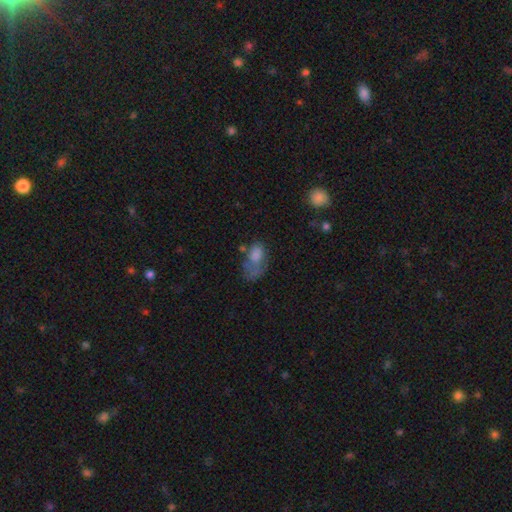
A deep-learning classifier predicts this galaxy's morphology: smooth 61%, featured or disk 26%, star or artifact 14%. Down the decision tree: how rounded — in between (85%); merging — major disturbance (40%).